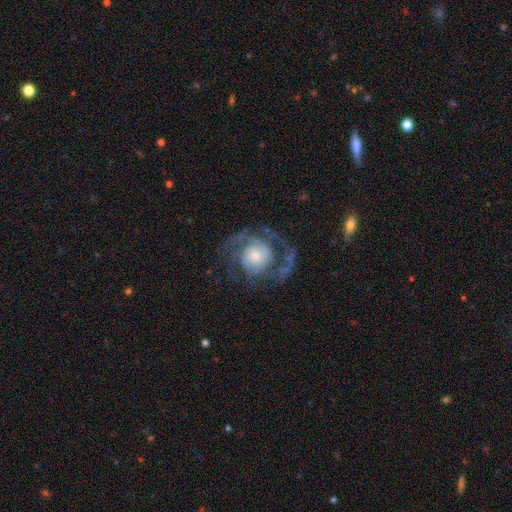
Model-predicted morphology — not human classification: Smooth or featured: featured or disk — 83% (smooth — 12%)
Edge-on disk: no — 98% (yes — 2%)
Bar: no — 74% (weak — 22%)
Spiral arms: yes — 93% (no — 7%)
Spiral winding: medium — 42% (tight — 41%)
Spiral arm count: 2 — 58% (can't tell — 14%)
Bulge size: moderate — 39% (small — 35%)
Merging: none — 62% (major disturbance — 21%)